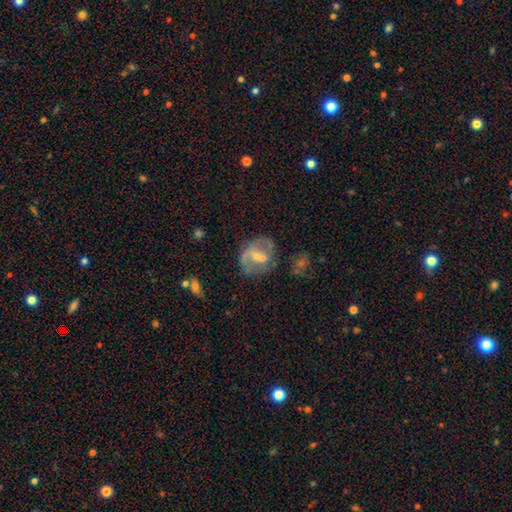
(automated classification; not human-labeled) Smooth or featured?
  - featured or disk: 58% *
  - smooth: 31%
  - star or artifact: 11%
Edge-on disk?
  - no: 96% *
  - yes: 4%
Bar?
  - no: 42% *
  - weak: 40%
  - strong: 18%
Spiral arms?
  - yes: 57% *
  - no: 43%
Bulge size?
  - small: 54% *
  - moderate: 38%
  - none: 5%
  - large: 2%
  - dominant: 1%
Merging?
  - none: 56% *
  - minor disturbance: 19%
  - merger: 15%
  - major disturbance: 11%